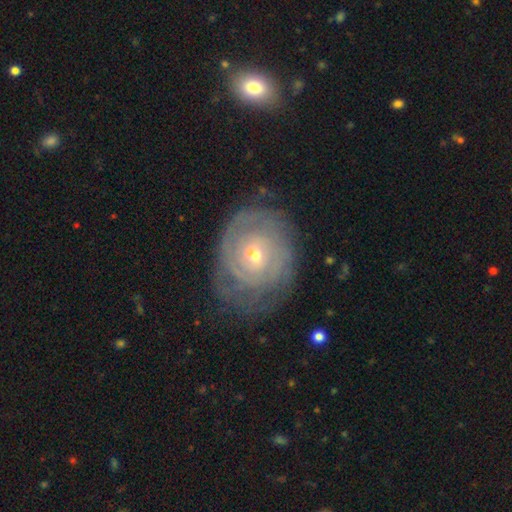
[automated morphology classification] Smooth or featured? featured or disk (79%)
Edge-on disk? no (96%)
Bar? no (53%)
Spiral arms? yes (87%)
Spiral winding? tight (80%)
Spiral arm count? can't tell (52%)
Bulge size? moderate (53%)
Merging? none (69%)